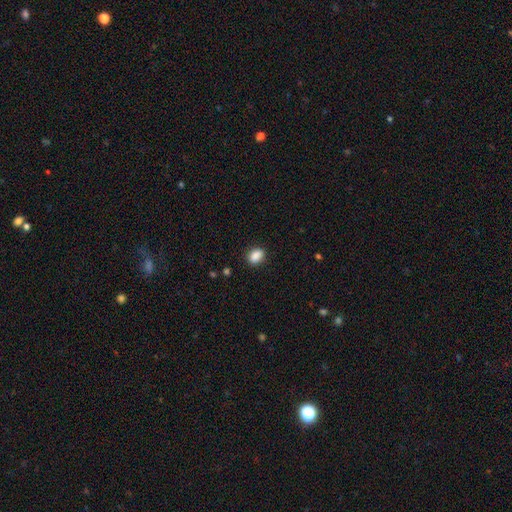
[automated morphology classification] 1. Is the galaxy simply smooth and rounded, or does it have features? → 88% smooth, 8% star or artifact, 3% featured or disk.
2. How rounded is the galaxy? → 75% in between, 24% round, 2% cigar-shaped.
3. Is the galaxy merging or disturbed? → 86% none, 10% minor disturbance, 2% major disturbance, 1% merger.